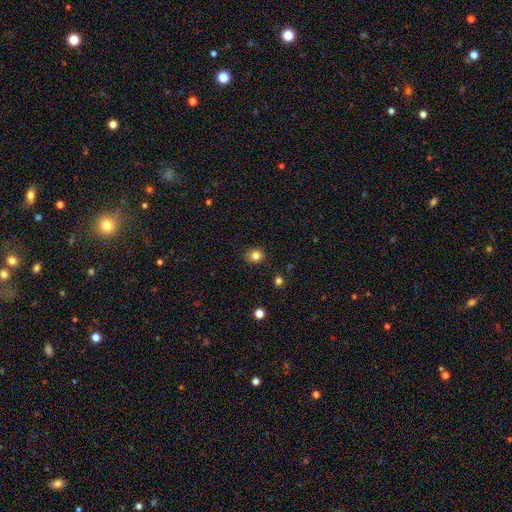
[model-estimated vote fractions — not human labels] This appears to be a smooth galaxy with no disk features (83%) that is round (84%). Merging: none (87%).